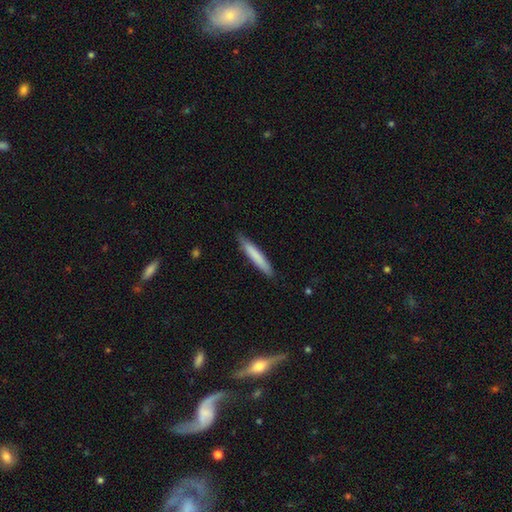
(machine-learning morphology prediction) This is likely a smooth galaxy (77%). How rounded: clearly cigar-shaped (93%). Merging: clearly none (86%).